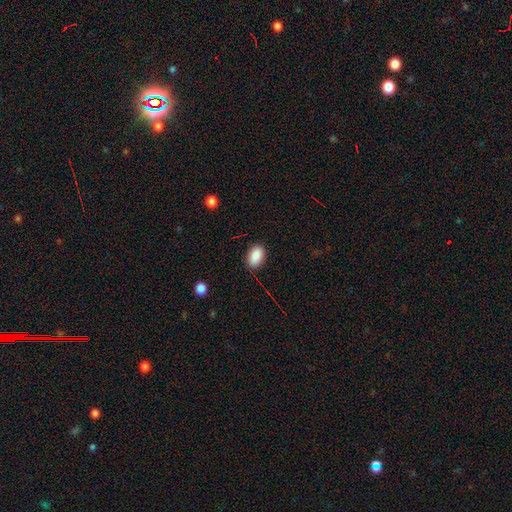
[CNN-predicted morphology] smooth 89%, star or artifact 8%, featured or disk 4%. Down the decision tree: how rounded — in between (89%); merging — none (86%).